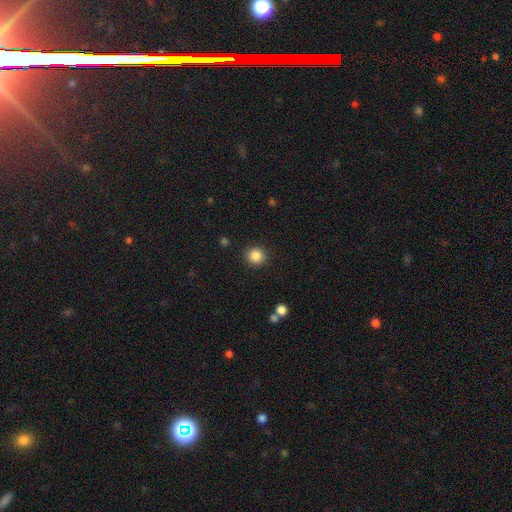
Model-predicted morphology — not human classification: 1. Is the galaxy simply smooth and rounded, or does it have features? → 86% smooth, 10% star or artifact, 4% featured or disk.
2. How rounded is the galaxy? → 93% round, 6% in between, 1% cigar-shaped.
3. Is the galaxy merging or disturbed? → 90% none, 6% minor disturbance, 2% major disturbance, 1% merger.